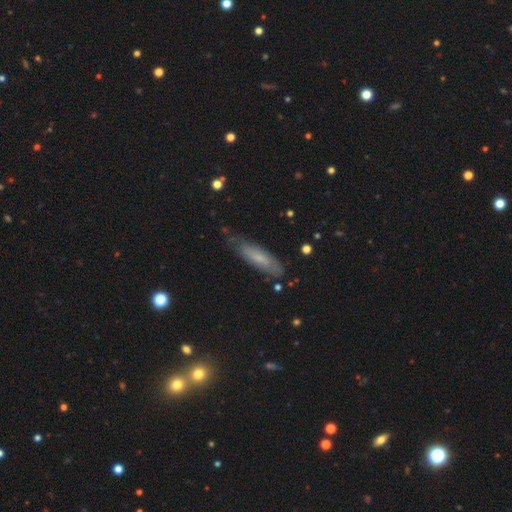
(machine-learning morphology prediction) smooth-or-featured: smooth: 61% | featured or disk: 32% | star or artifact: 7%
  how-rounded: cigar-shaped: 60% | in between: 38% | round: 2%
  merging: none: 67% | minor disturbance: 25% | major disturbance: 6% | merger: 2%